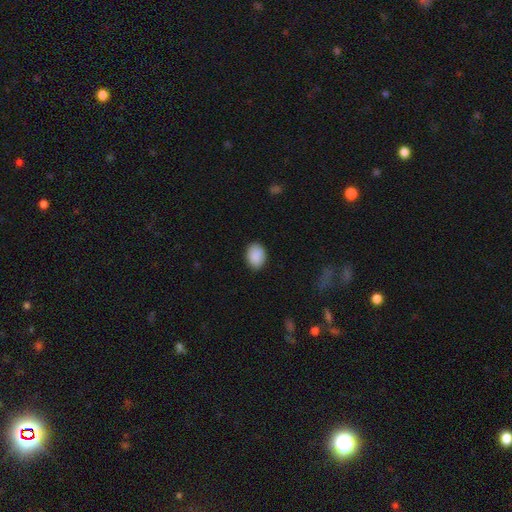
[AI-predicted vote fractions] The model was most divided on "how rounded": in between: 73%, round: 26%, cigar-shaped: 1%. More confident: smooth or featured — smooth (90%); merging — none (84%).